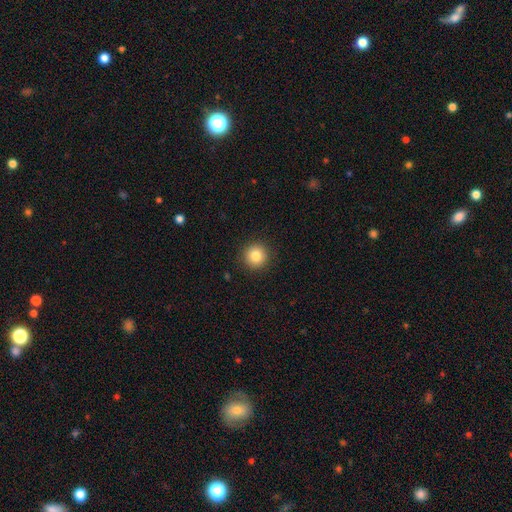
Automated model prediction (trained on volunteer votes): This is clearly a smooth galaxy (83%). How rounded: clearly round (95%). Merging: clearly none (92%).